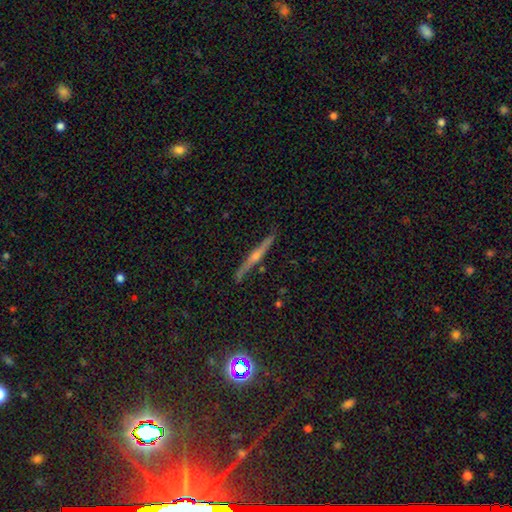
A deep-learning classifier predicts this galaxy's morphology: Overall: featured or disk (78%). Edge-on disk: yes (97%). Edge-on bulge: rounded (85%). Merging: none (89%).